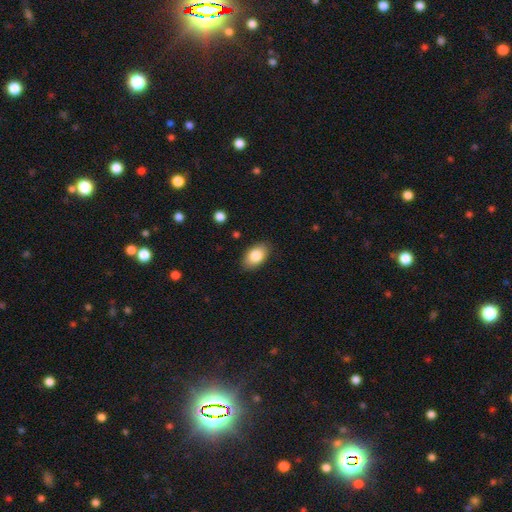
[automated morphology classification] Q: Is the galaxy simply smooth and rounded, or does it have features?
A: smooth — 84%.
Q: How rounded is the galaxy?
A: in between — 91%.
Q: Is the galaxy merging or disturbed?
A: none — 85%.